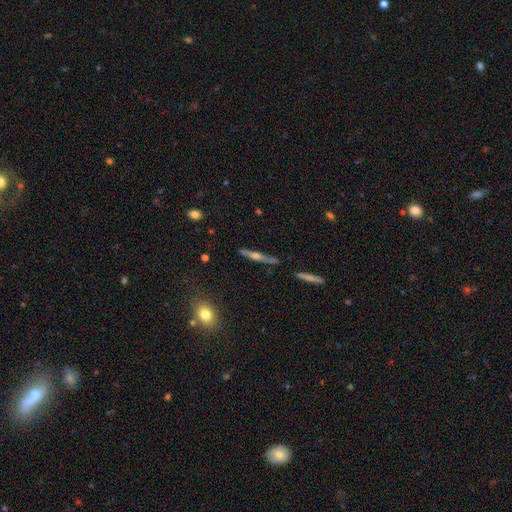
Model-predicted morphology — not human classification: Smooth or featured? Predicted: featured or disk (p=0.68). Edge-on disk? Predicted: yes (p=0.95). Edge-on bulge? Predicted: rounded (p=0.83). Merging? Predicted: none (p=0.81).